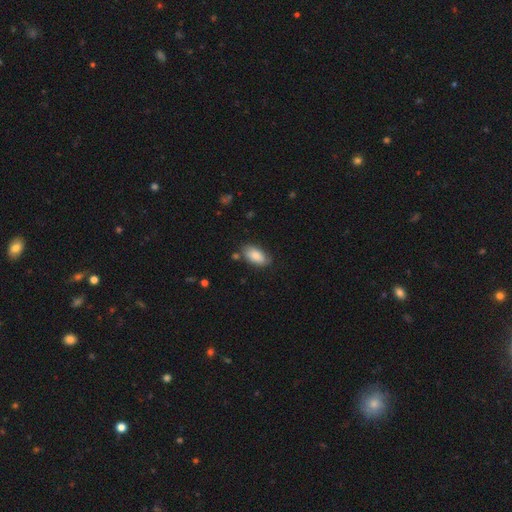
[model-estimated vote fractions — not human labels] Q: Smooth or featured?
A: smooth (83%); runner-up: featured or disk (10%)
Q: How rounded?
A: in between (93%); runner-up: cigar-shaped (4%)
Q: Merging?
A: none (77%); runner-up: minor disturbance (16%)